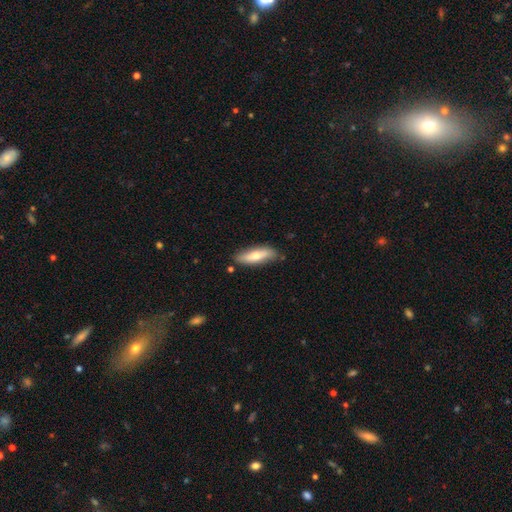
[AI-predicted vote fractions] smooth-or-featured: smooth: 63% | featured or disk: 31% | star or artifact: 6%
  how-rounded: cigar-shaped: 51% | in between: 47% | round: 2%
  merging: none: 79% | minor disturbance: 16% | major disturbance: 3% | merger: 2%